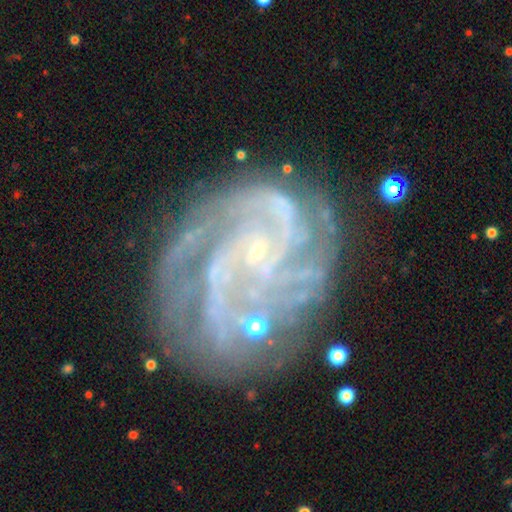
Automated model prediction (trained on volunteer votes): This appears to be a featured or disk galaxy (88%) with no bar (65%), 4 (24%) tight (56%) spiral arms (97%) and a small central bulge (85%). Merging: none (65%).